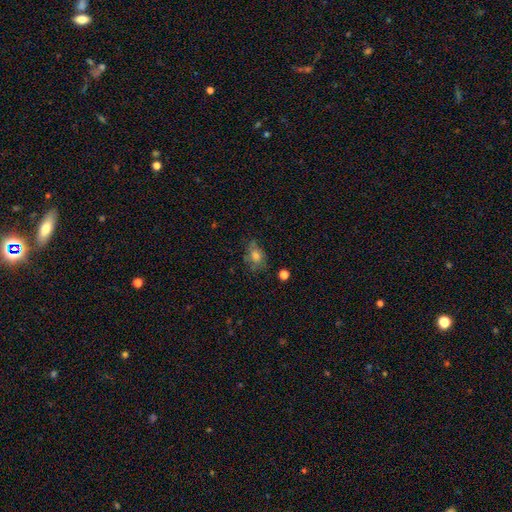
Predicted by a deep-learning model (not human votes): A smooth galaxy with no disk features (59%) that is in between round and cigar-shaped (60%). Merging: none (60%).